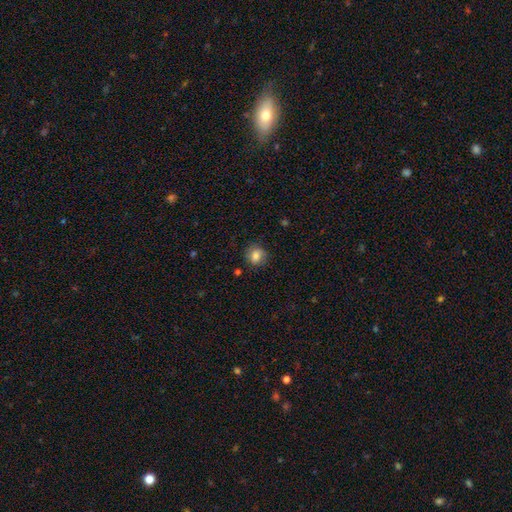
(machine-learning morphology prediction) Smooth or featured? smooth (77%)
How rounded? round (81%)
Merging? none (78%)